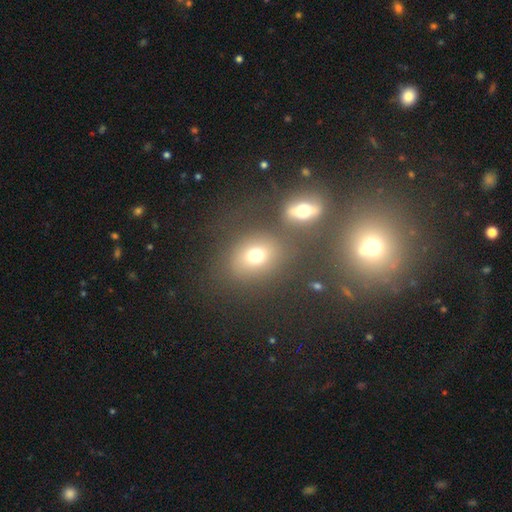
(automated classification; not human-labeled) A smooth galaxy with no disk features (71%) that is round (60%).

Vote fractions:
- Smooth or featured? smooth: 71% / star or artifact: 15% / featured or disk: 14%
- How rounded? round: 60% / in between: 39% / cigar-shaped: 1%
- Merging? none: 60% / merger: 22% / minor disturbance: 11% / major disturbance: 7%